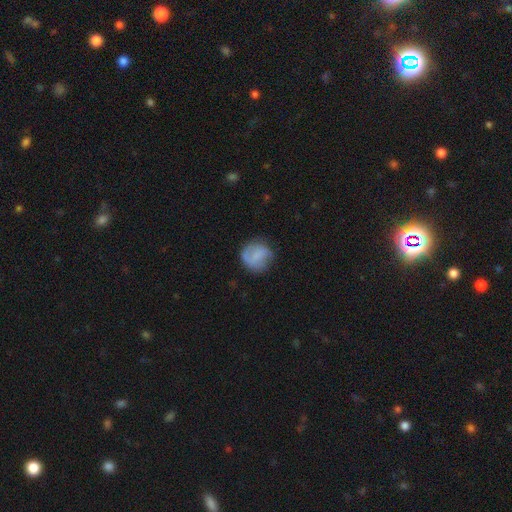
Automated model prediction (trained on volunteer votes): This appears to be a smooth galaxy with no disk features (63%) that is round (87%). Merging: none (66%).